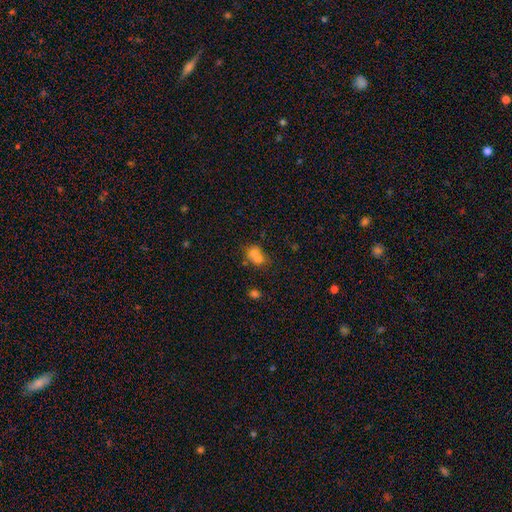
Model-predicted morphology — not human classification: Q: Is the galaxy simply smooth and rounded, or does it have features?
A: smooth — 65%.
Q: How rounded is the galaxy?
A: round — 59%.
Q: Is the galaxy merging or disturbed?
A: merger — 61%.